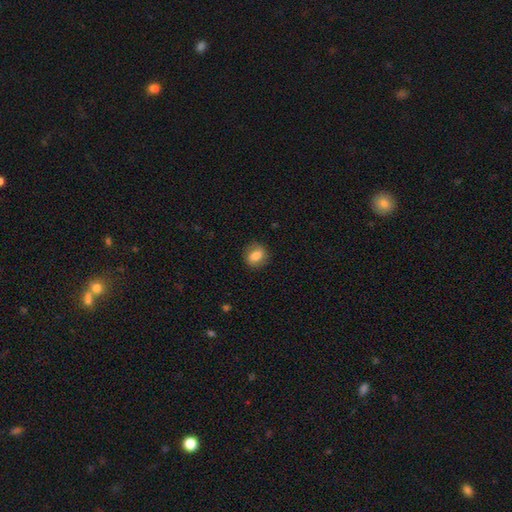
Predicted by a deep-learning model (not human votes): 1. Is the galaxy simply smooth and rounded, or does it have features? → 76% smooth, 15% featured or disk, 9% star or artifact.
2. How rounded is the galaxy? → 59% round, 40% in between, 1% cigar-shaped.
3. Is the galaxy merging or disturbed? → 82% none, 13% minor disturbance, 4% major disturbance, 1% merger.